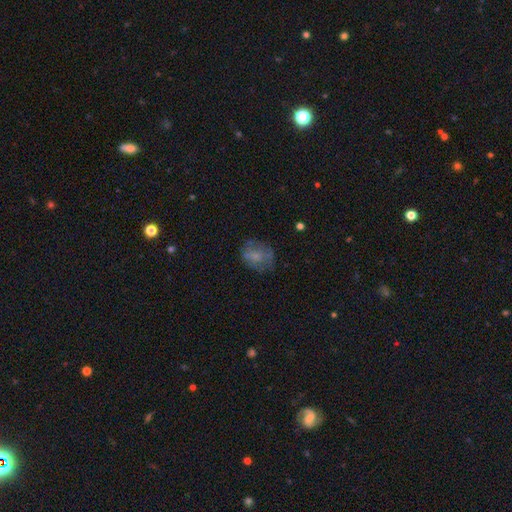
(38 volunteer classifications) A smooth galaxy with no disk features (76%) that is round (48%, tied with in between). Merging: none (59%).